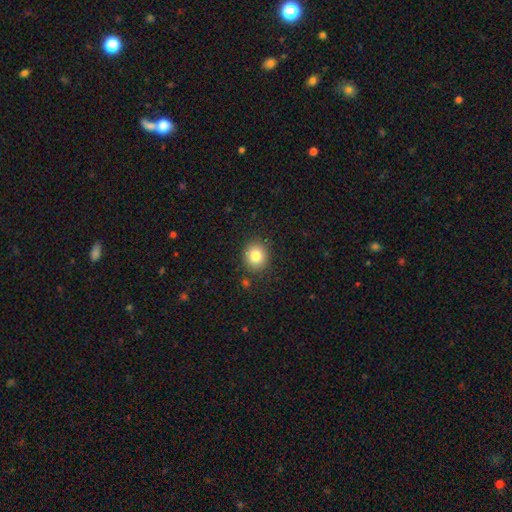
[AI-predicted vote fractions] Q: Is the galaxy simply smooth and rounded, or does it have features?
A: smooth — 83%.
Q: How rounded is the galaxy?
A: round — 82%.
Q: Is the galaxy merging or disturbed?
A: none — 87%.